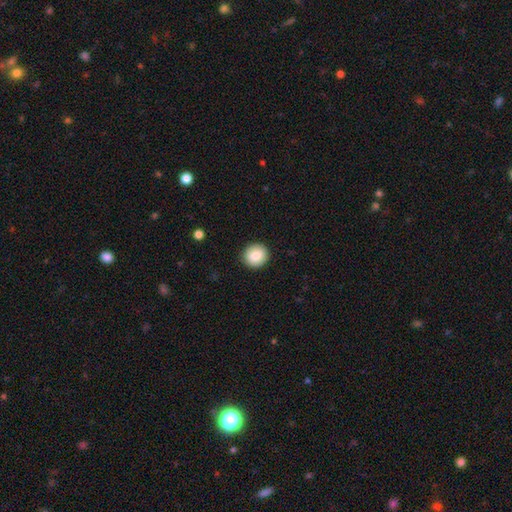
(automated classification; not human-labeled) A smooth galaxy with no disk features (85%) that is round (91%).

Vote fractions:
- Smooth or featured? smooth: 85% / star or artifact: 8% / featured or disk: 7%
- How rounded? round: 91% / in between: 8% / cigar-shaped: 1%
- Merging? none: 92% / minor disturbance: 6% / major disturbance: 2% / merger: 1%